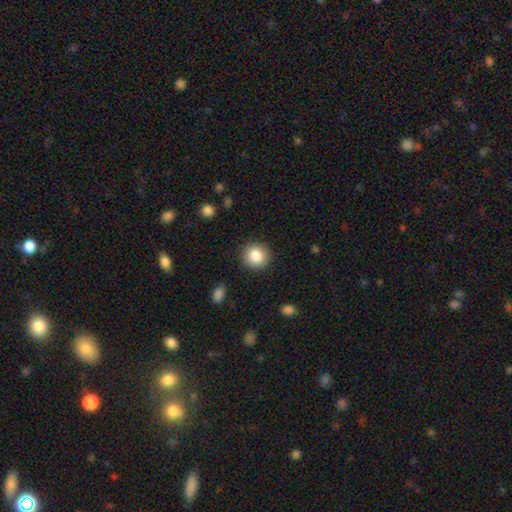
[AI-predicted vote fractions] The model was most divided on "smooth or featured": smooth: 84%, star or artifact: 9%, featured or disk: 7%. More confident: merging — none (89%); how rounded — round (89%).